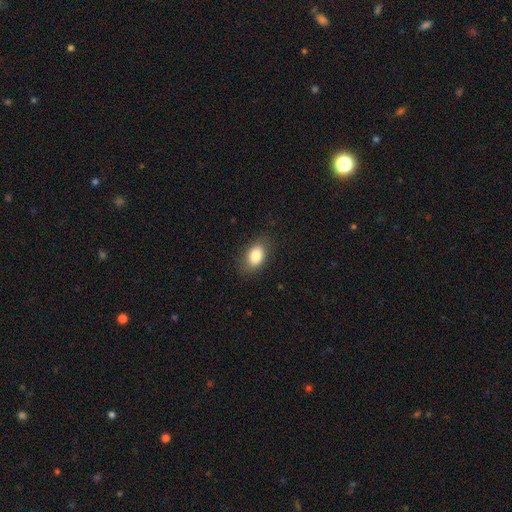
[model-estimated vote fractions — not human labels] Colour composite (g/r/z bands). It shows a smooth galaxy with no disk features (84%) that is in between round and cigar-shaped (86%). Merging: none (82%).